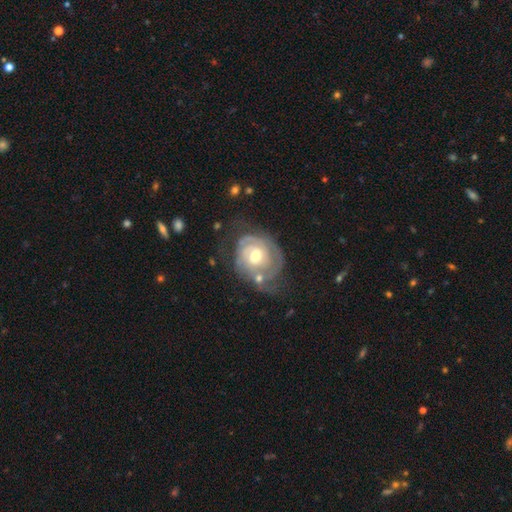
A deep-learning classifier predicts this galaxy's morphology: This is likely a featured or disk galaxy (78%). It is clearly not viewed edge-on (97%). Bar: likely no (65%). Spiral arm pattern: clearly yes (84%). Spiral arm count: marginally can't tell (39%). Spiral winding: likely tight (70%). Central bulge: likely moderate (72%). Merging: marginally none (44%).